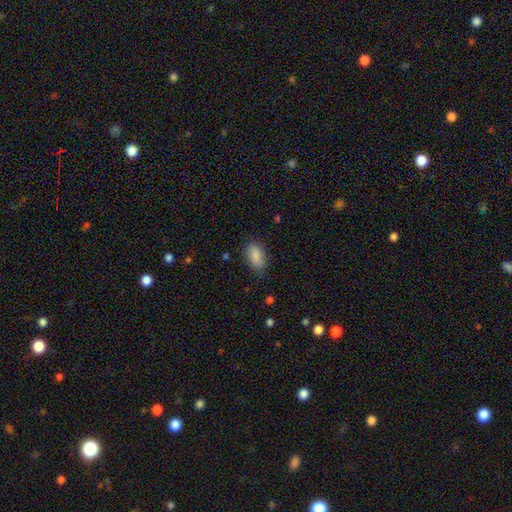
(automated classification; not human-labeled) Overall: smooth (88%). How rounded: in between (92%). Merging: none (80%).